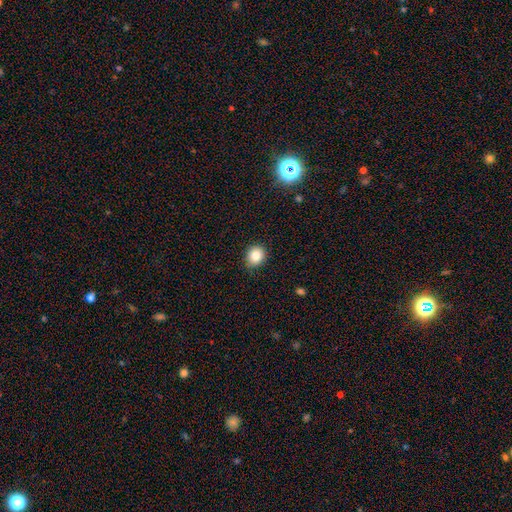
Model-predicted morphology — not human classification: A smooth galaxy with no disk features (82%) that is round (76%).

Vote fractions:
- Smooth or featured? smooth: 82% / star or artifact: 10% / featured or disk: 7%
- How rounded? round: 76% / in between: 23% / cigar-shaped: 1%
- Merging? none: 87% / minor disturbance: 10% / major disturbance: 2% / merger: 1%